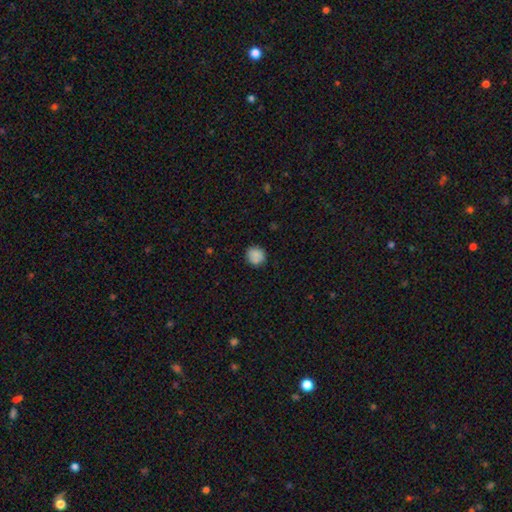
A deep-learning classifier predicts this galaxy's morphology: Smooth or featured?
  - smooth: 85% *
  - star or artifact: 9%
  - featured or disk: 6%
How rounded?
  - round: 87% *
  - in between: 12%
  - cigar-shaped: 1%
Merging?
  - none: 82% *
  - minor disturbance: 12%
  - merger: 3%
  - major disturbance: 3%